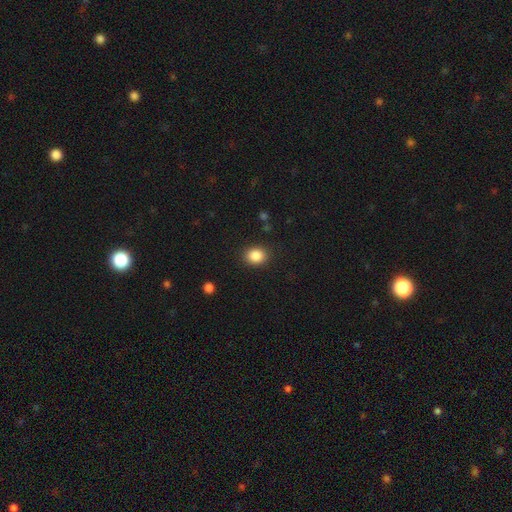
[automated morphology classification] Smooth or featured? smooth (87%)
How rounded? round (54%)
Merging? none (88%)